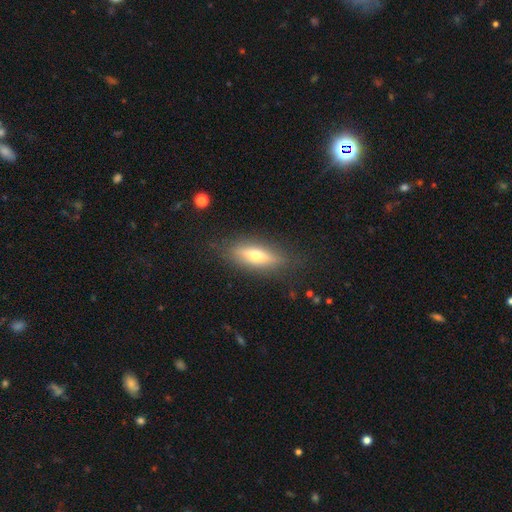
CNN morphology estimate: A smooth galaxy with no disk features (53%) that is in between round and cigar-shaped (50%). Merging: none (83%).